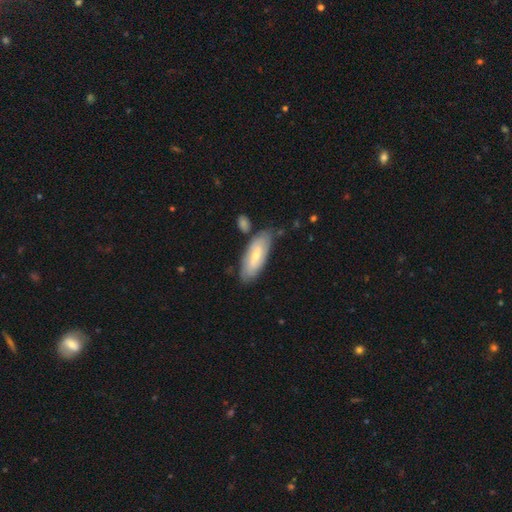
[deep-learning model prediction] The model was most divided on "smooth or featured": featured or disk: 48%, smooth: 47%, star or artifact: 6%. More confident: merging — none (73%).